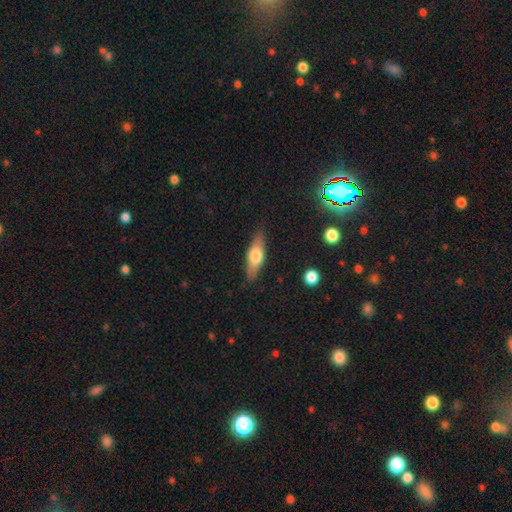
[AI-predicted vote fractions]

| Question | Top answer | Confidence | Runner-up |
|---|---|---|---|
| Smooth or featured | smooth | 56% | featured or disk (38%) |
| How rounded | in between | 50% | cigar-shaped (47%) |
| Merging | none | 84% | minor disturbance (12%) |